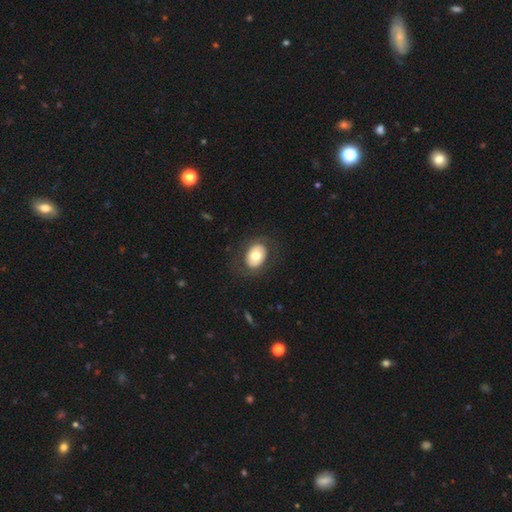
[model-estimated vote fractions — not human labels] smooth_or_featured: smooth (p=0.65) [alt: featured or disk p=0.28]
how_rounded: in between (p=0.74) [alt: round p=0.25]
merging: none (p=0.80) [alt: minor disturbance p=0.12]